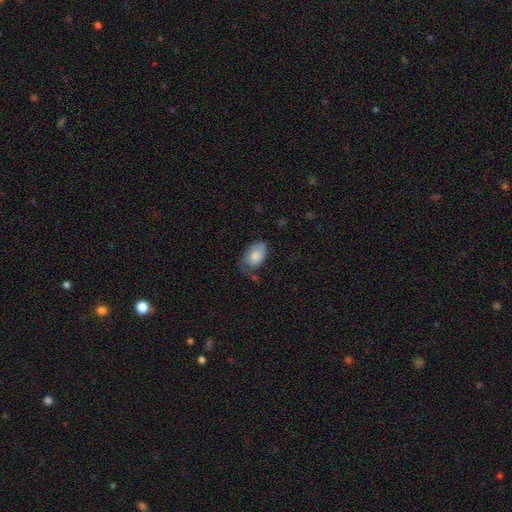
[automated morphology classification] smooth-or-featured: smooth: 78% | featured or disk: 15% | star or artifact: 7%
  how-rounded: in between: 90% | round: 9% | cigar-shaped: 1%
  merging: none: 42% | minor disturbance: 37% | major disturbance: 18% | merger: 3%